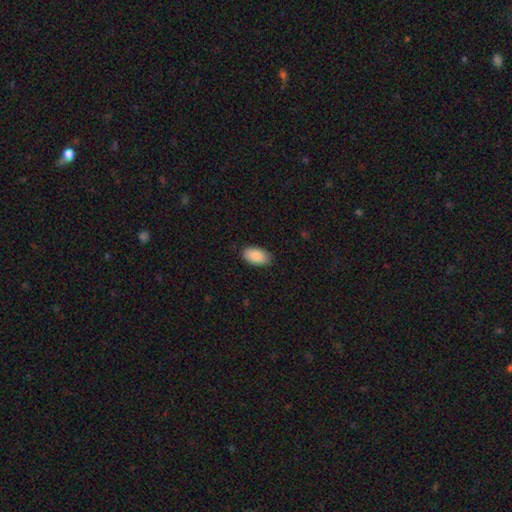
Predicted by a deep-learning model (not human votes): Smooth or featured?
  - smooth: 89% *
  - star or artifact: 6%
  - featured or disk: 5%
How rounded?
  - in between: 95% *
  - round: 4%
  - cigar-shaped: 2%
Merging?
  - none: 86% *
  - minor disturbance: 11%
  - major disturbance: 2%
  - merger: 1%